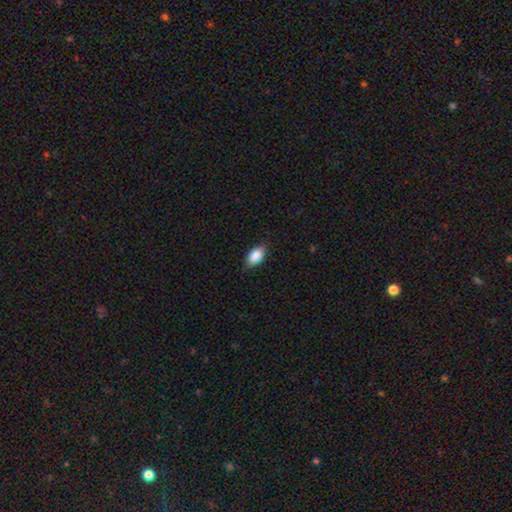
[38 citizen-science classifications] This is clearly a smooth galaxy (92%). How rounded: clearly in between (89%). Merging: clearly none (82%).